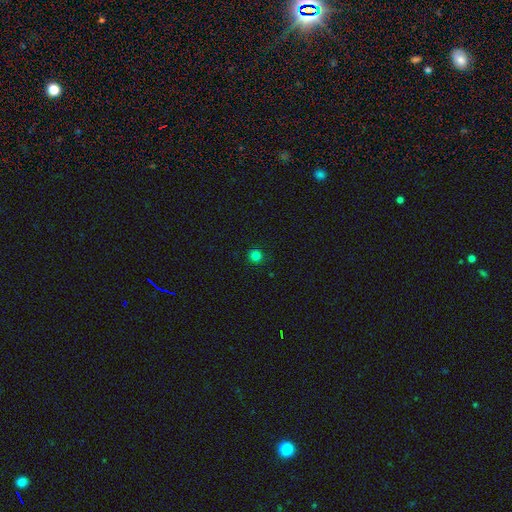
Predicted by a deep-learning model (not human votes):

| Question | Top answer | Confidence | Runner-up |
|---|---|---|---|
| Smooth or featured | smooth | 82% | star or artifact (15%) |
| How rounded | round | 95% | in between (4%) |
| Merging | none | 92% | minor disturbance (5%) |